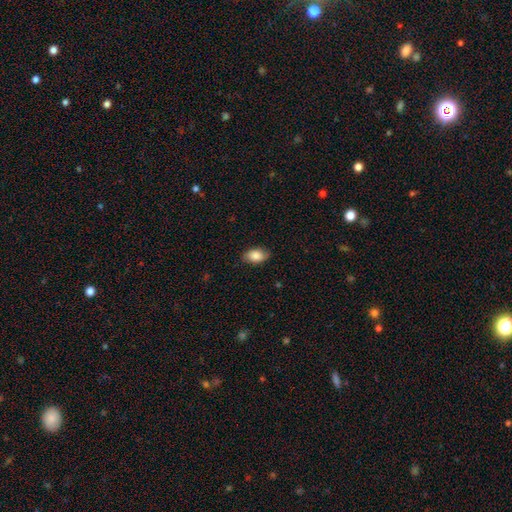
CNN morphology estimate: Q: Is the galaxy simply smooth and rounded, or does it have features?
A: smooth — 86%.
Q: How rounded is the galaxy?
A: in between — 89%.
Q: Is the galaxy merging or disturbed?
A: none — 84%.